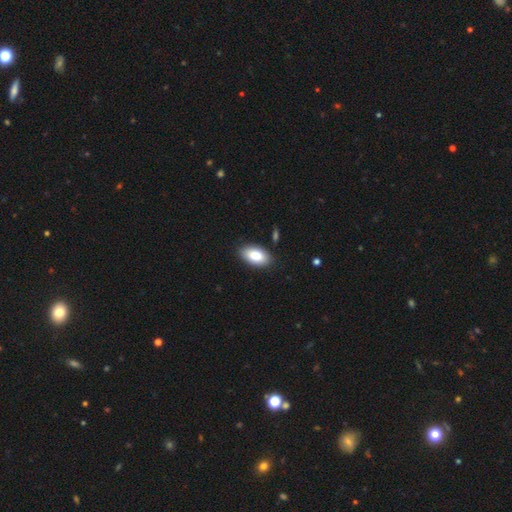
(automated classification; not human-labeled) Smooth or featured? Predicted: smooth (p=0.84). How rounded? Predicted: in between (p=0.94). Merging? Predicted: none (p=0.86).